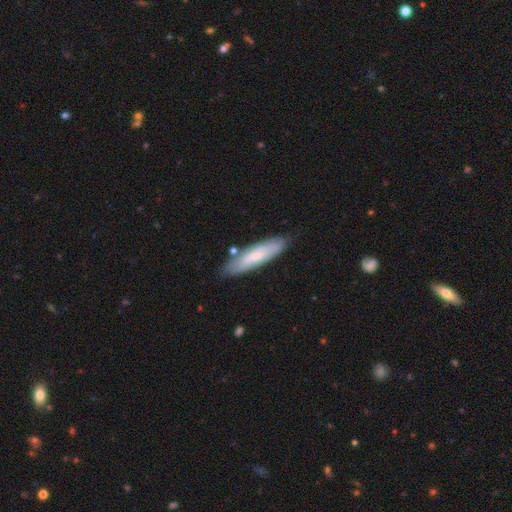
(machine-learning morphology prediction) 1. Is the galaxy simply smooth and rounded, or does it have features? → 64% smooth, 30% featured or disk, 6% star or artifact.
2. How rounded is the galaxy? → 70% cigar-shaped, 29% in between, 1% round.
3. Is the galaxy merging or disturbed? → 79% none, 15% minor disturbance, 3% merger, 3% major disturbance.